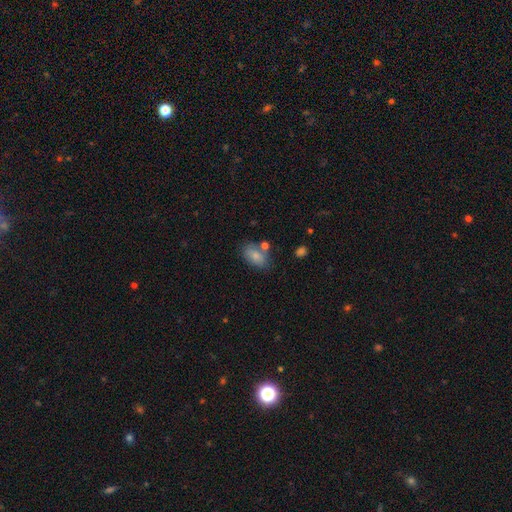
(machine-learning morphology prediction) smooth_or_featured: smooth (p=0.80) [alt: featured or disk p=0.12]
how_rounded: in between (p=0.90) [alt: round p=0.08]
merging: none (p=0.63) [alt: minor disturbance p=0.19]